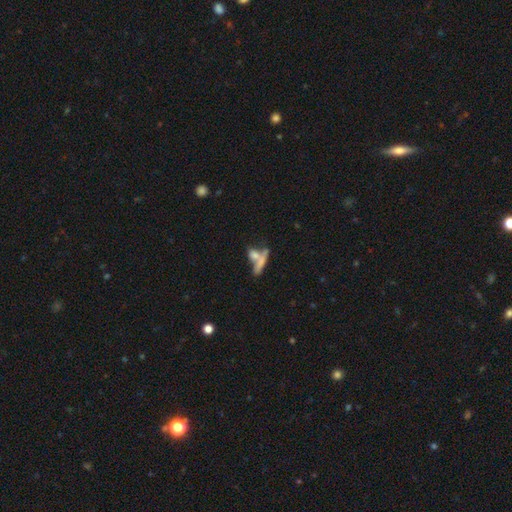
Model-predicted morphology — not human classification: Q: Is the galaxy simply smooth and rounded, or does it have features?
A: smooth — 57%.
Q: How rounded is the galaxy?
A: cigar-shaped — 50%.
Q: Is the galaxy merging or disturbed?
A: merger — 47%.